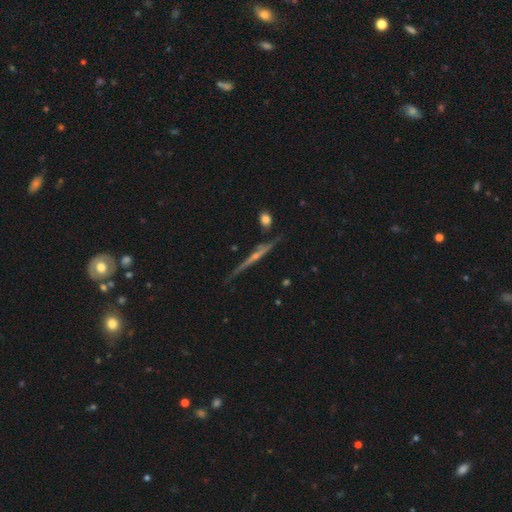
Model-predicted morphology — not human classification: This is likely a featured or disk galaxy (78%). It is clearly viewed edge-on (96%). Edge-on bulge: likely rounded (61%). Merging: likely none (78%).